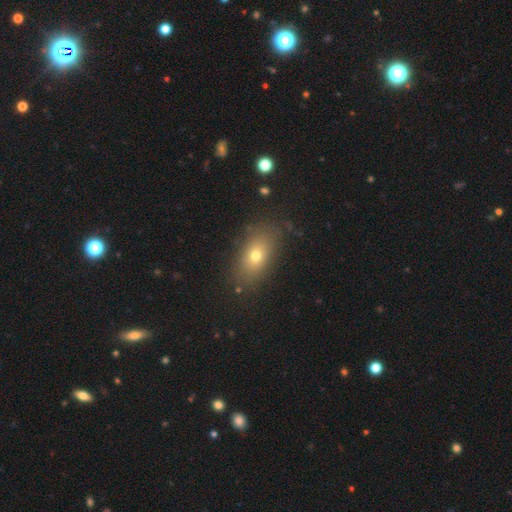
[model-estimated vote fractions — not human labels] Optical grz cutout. It shows a smooth galaxy with no disk features (69%) that is in between round and cigar-shaped (80%). Merging: none (82%).